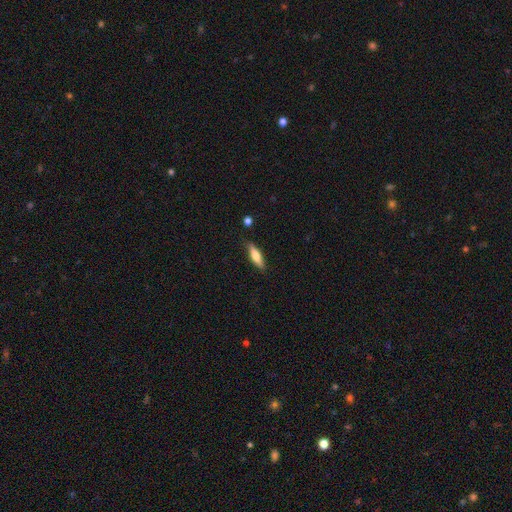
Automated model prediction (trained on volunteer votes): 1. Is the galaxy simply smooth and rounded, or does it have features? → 66% smooth, 28% featured or disk, 6% star or artifact.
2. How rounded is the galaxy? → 62% cigar-shaped, 36% in between, 2% round.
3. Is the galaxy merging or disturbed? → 84% none, 12% minor disturbance, 2% major disturbance, 2% merger.